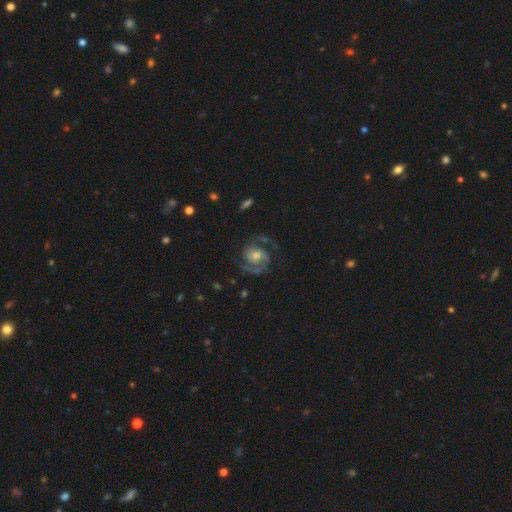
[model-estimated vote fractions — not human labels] Morphology: type=featured or disk (86%); edge-on=no (98%); bar=no (66%); spiral arms=yes (97%); winding=medium (55%); arm count=2 (91%); bulge=moderate (46%); merging=none (76%).